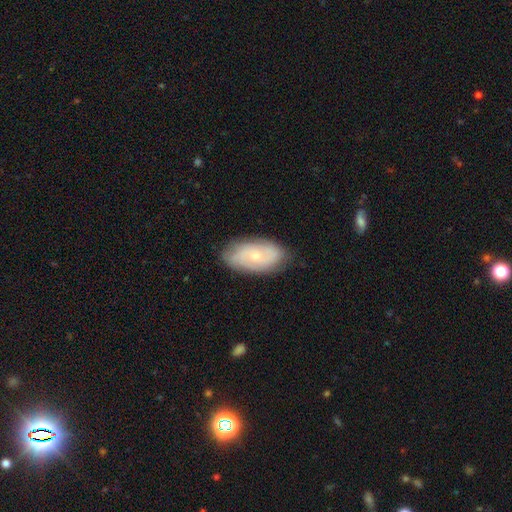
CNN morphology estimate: Overall: featured or disk (55%; smooth 38%). Edge-on disk: no (93%). Bar: no (77%). Spiral arms: yes (76%). Bulge size: small (67%; moderate 29%). Merging: none (80%).